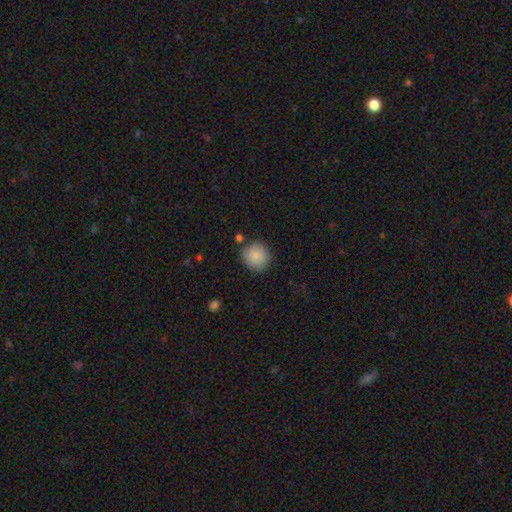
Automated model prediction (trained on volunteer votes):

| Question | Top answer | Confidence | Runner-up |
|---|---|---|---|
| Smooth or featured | smooth | 87% | star or artifact (8%) |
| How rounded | round | 88% | in between (11%) |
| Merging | none | 81% | minor disturbance (13%) |